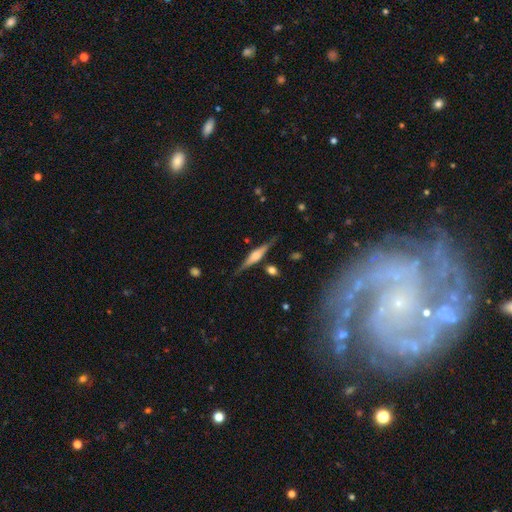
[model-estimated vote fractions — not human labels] Smooth or featured: featured or disk — 74% (smooth — 19%)
Edge-on disk: yes — 97% (no — 3%)
Edge-on bulge: rounded — 71% (boxy — 24%)
Merging: none — 85% (minor disturbance — 10%)